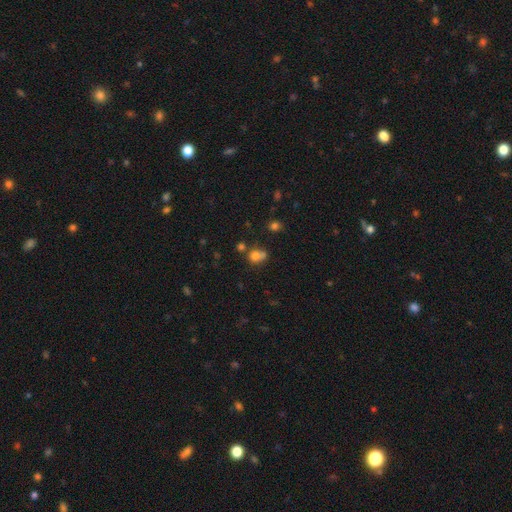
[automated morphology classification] A smooth galaxy with no disk features (73%) that is round (58%).

Vote fractions:
- Smooth or featured? smooth: 73% / star or artifact: 15% / featured or disk: 12%
- How rounded? round: 58% / in between: 40% / cigar-shaped: 1%
- Merging? none: 38% (tied) / merger: 38% (tied) / minor disturbance: 16% / major disturbance: 9%